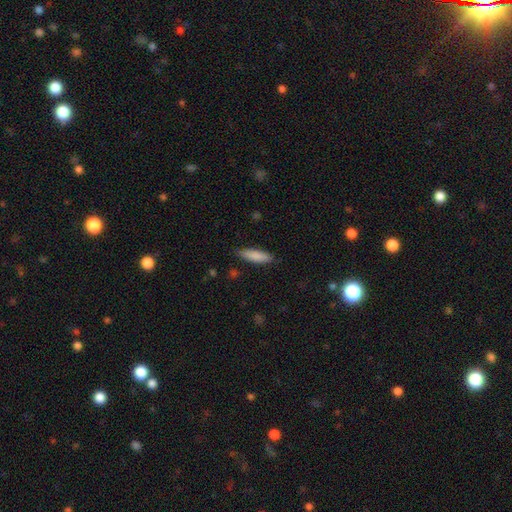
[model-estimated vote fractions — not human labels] This appears to be a smooth galaxy with no disk features (86%) that is cigar-shaped (56%). Merging: none (83%).